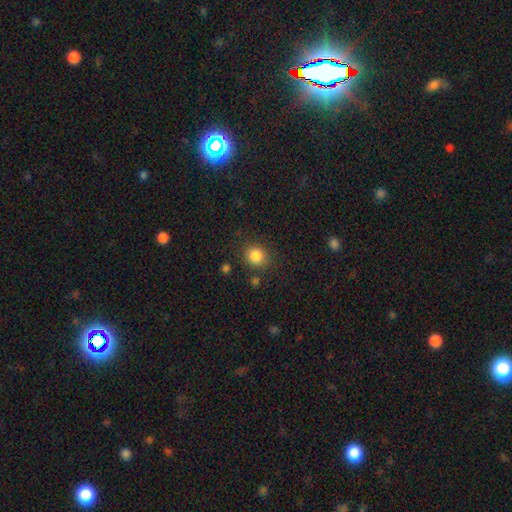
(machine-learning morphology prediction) A smooth galaxy with no disk features (85%) that is round (81%). Merging: none (84%).